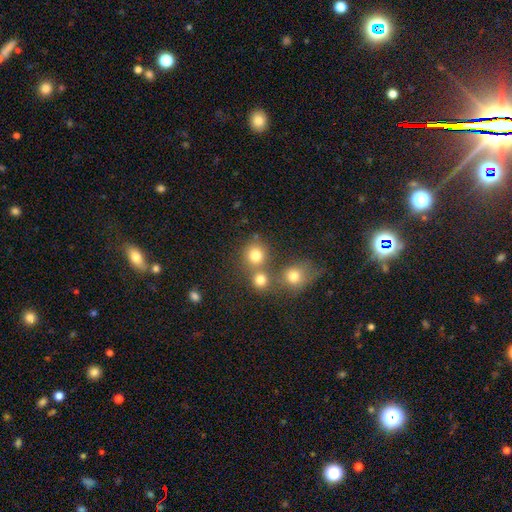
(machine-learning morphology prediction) Smooth or featured: smooth — 78% (star or artifact — 14%)
How rounded: round — 86% (in between — 13%)
Merging: none — 58% (merger — 31%)